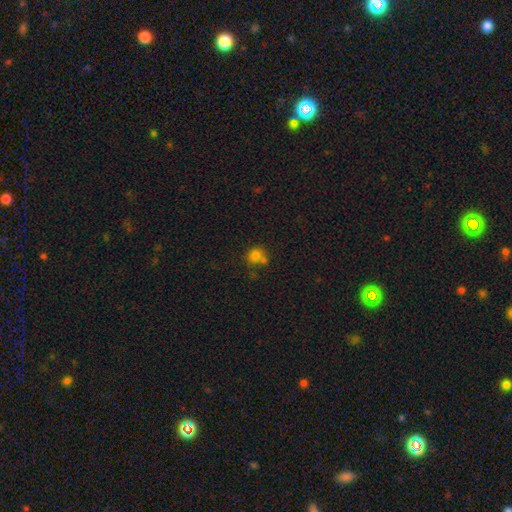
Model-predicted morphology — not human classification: smooth-or-featured: smooth: 75% | star or artifact: 15% | featured or disk: 10%
  how-rounded: round: 79% | in between: 21% | cigar-shaped: 1%
  merging: none: 49% | merger: 34% | minor disturbance: 12% | major disturbance: 5%